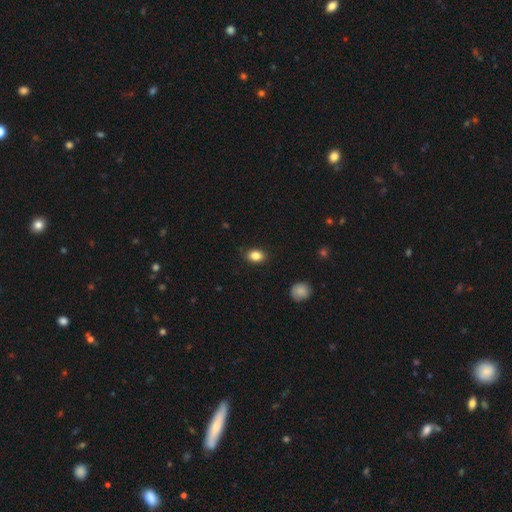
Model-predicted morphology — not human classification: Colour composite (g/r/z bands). It shows a smooth galaxy with no disk features (86%) that is in between round and cigar-shaped (70%). Merging: none (87%).